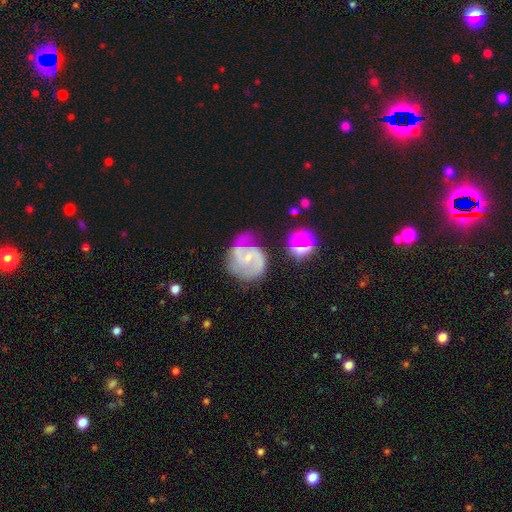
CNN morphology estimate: The model was most divided on "bar" (2-way tie): weak: 45%, no: 45%, strong: 10%. Remaining: edge-on disk — no (98%); spiral arms — yes (94%); smooth or featured — featured or disk (81%); spiral arm count — 2 (74%); bulge size — small (69%); spiral winding — medium (52%); merging — none (49%).